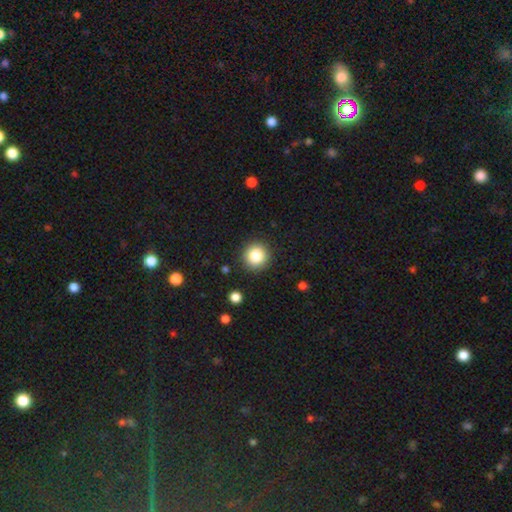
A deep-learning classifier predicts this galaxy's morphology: The model was most divided on "smooth or featured": smooth: 84%, star or artifact: 10%, featured or disk: 6%. More confident: how rounded — round (94%); merging — none (90%).